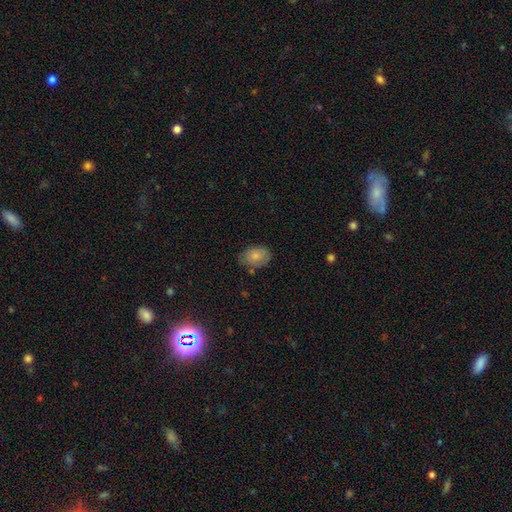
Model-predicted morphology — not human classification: Q: Smooth or featured?
A: smooth (81%); runner-up: featured or disk (11%)
Q: How rounded?
A: in between (78%); runner-up: round (21%)
Q: Merging?
A: none (69%); runner-up: minor disturbance (23%)